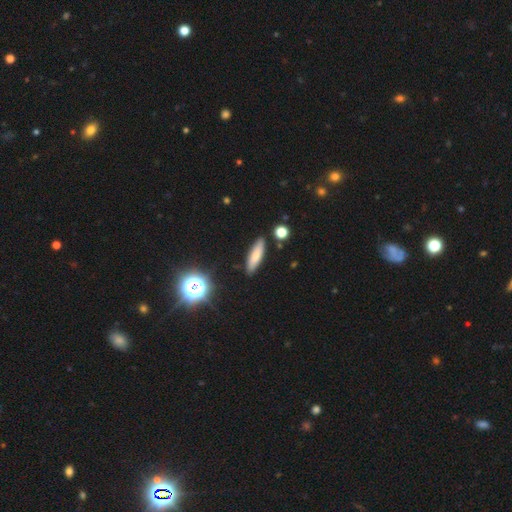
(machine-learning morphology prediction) smooth_or_featured: smooth (p=0.73) [alt: featured or disk p=0.18]
how_rounded: cigar-shaped (p=0.65) [alt: in between p=0.32]
merging: none (p=0.87) [alt: minor disturbance p=0.09]